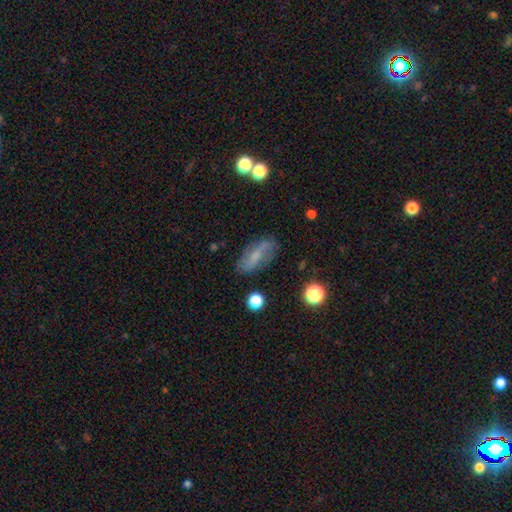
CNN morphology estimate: Smooth or featured? Predicted: smooth (p=0.47). Merging? Predicted: none (p=0.73).